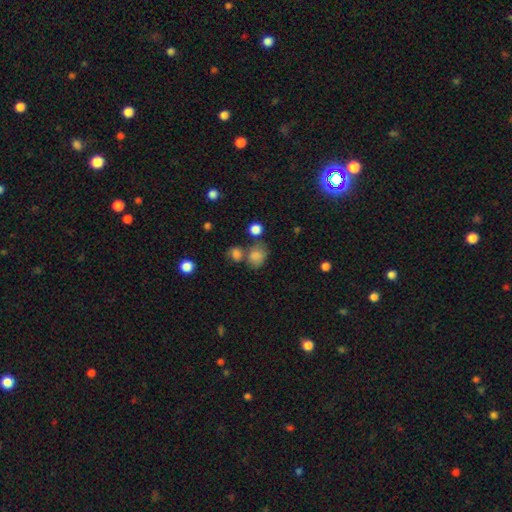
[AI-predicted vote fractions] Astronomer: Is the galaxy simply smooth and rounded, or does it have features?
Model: smooth — 80%.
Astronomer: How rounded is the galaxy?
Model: round — 50% (runner-up: in between, 49%).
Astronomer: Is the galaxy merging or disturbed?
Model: none — 50% (runner-up: merger, 27%).